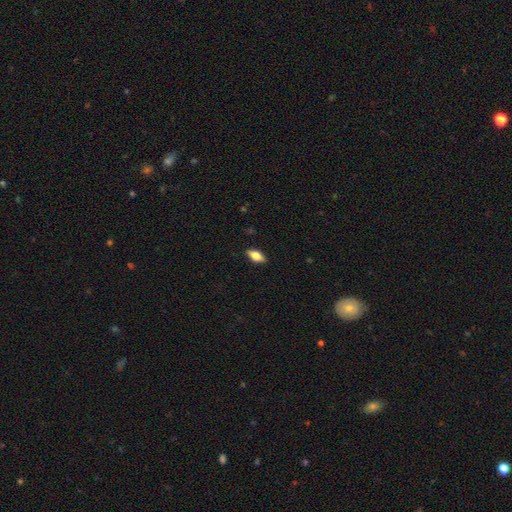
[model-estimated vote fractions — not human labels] Q: Smooth or featured?
A: smooth (61%); runner-up: featured or disk (31%)
Q: How rounded?
A: in between (82%); runner-up: cigar-shaped (14%)
Q: Merging?
A: none (88%); runner-up: minor disturbance (9%)